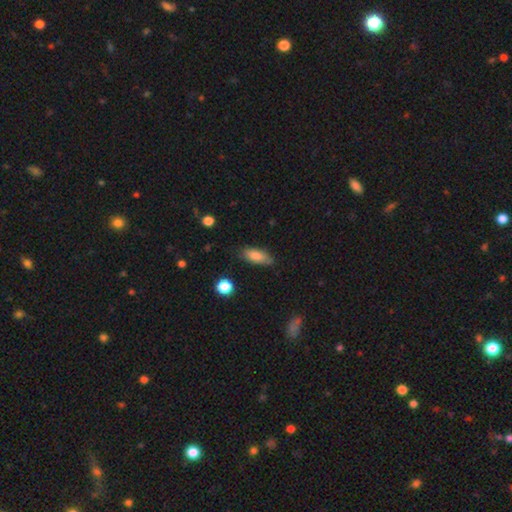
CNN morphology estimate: Overall: smooth (82%). How rounded: in between (74%). Merging: none (77%).